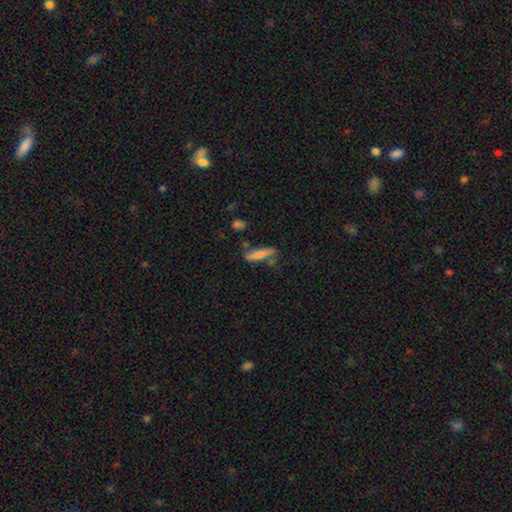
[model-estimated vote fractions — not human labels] Smooth or featured? smooth (65%)
How rounded? cigar-shaped (80%)
Merging? none (67%)